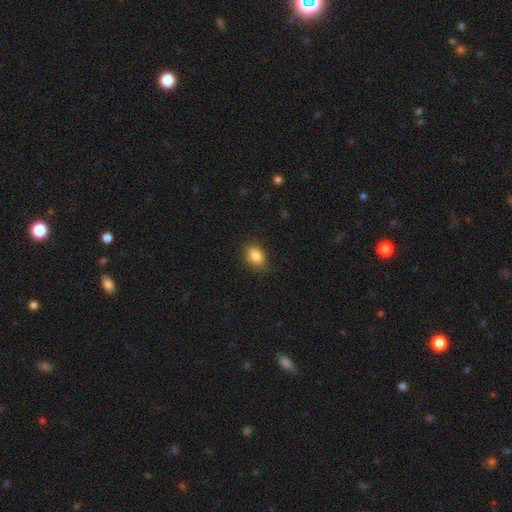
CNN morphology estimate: type=smooth (85%); roundness=in between (80%); merging=none (81%).